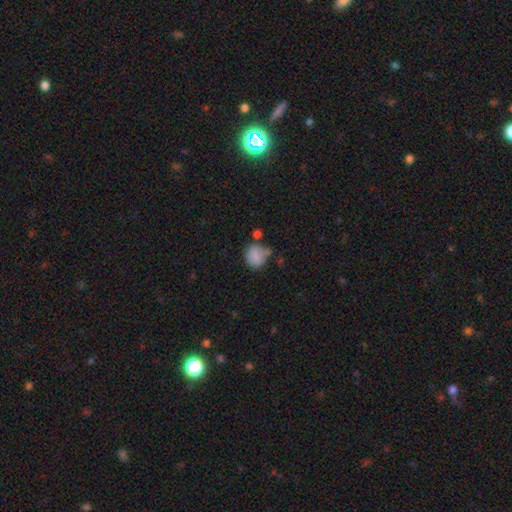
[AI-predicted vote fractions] A smooth galaxy with no disk features (81%) that is round (69%).

Vote fractions:
- Smooth or featured? smooth: 81% / featured or disk: 10% / star or artifact: 9%
- How rounded? round: 69% / in between: 30% / cigar-shaped: 1%
- Merging? none: 49% / minor disturbance: 28% / merger: 12% / major disturbance: 11%